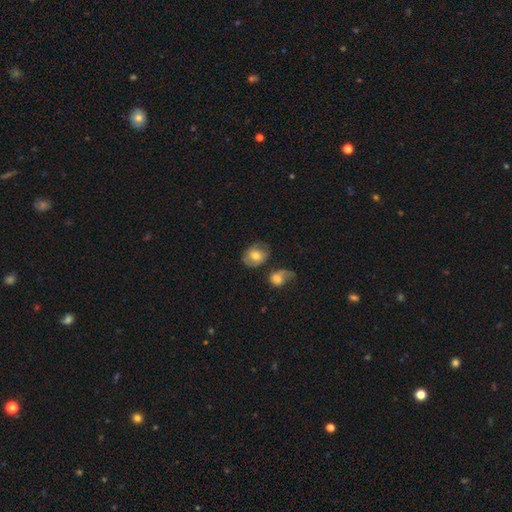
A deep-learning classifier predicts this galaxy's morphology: A smooth galaxy with no disk features (63%) that is round (51%). Merging: none (54%).